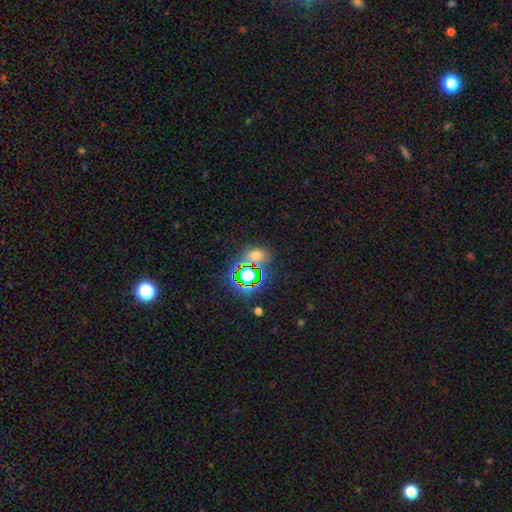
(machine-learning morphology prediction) smooth 50%, star or artifact 41%, featured or disk 8%. Down the decision tree: how rounded — in between (51%); merging — none (69%).